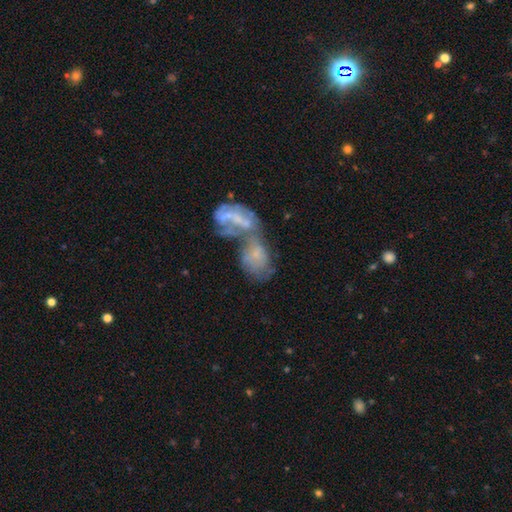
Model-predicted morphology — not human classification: smooth-or-featured: featured or disk: 51% | smooth: 39% | star or artifact: 10%
  disk-edge-on: no: 96% | yes: 4%
  merging: merger: 77% | major disturbance: 9% | none: 9% | minor disturbance: 6%